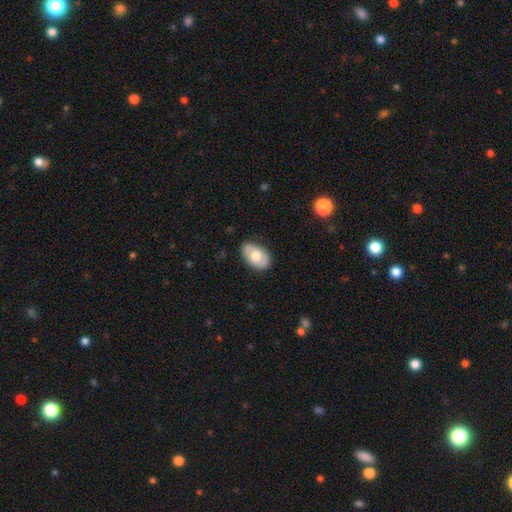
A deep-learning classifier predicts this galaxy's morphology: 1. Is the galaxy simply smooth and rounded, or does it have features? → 58% smooth, 36% featured or disk, 6% star or artifact.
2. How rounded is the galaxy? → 90% in between, 9% round, 1% cigar-shaped.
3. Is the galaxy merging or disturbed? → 82% none, 14% minor disturbance, 3% major disturbance, 1% merger.